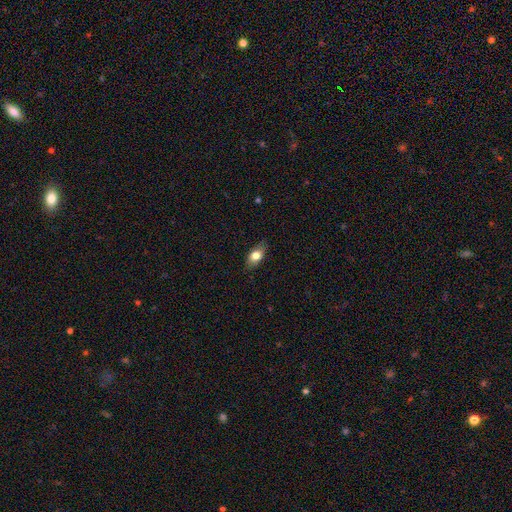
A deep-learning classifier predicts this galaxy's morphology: A smooth galaxy with no disk features (74%) that is in between round and cigar-shaped (82%). Merging: none (81%).